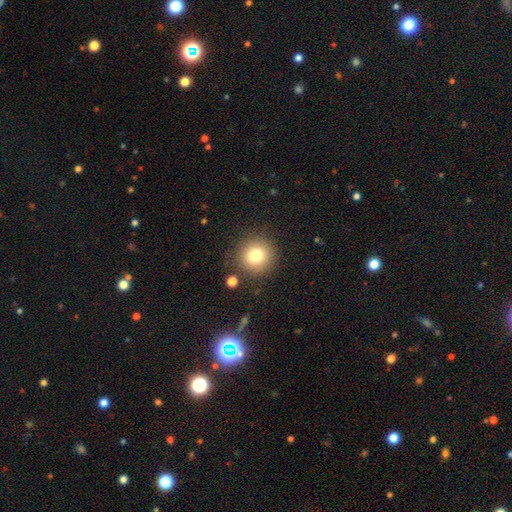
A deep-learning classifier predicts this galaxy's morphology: type=smooth (78%); roundness=round (94%); merging=none (86%).